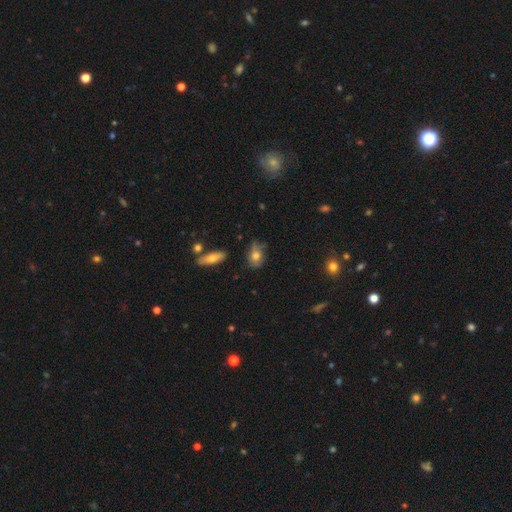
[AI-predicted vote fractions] A smooth galaxy with no disk features (69%) that is in between round and cigar-shaped (72%). Merging: none (51%).